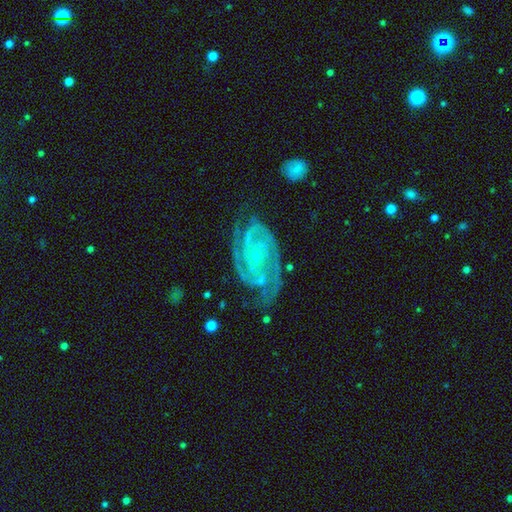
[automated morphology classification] Overall: featured or disk (92%). Edge-on disk: no (97%). Bar: no (68%). Spiral arms: yes (98%). Spiral arm count: 2 (48%; 3 26%). Spiral winding: tight (68%; medium 28%). Bulge size: small (84%). Merging: none (70%).